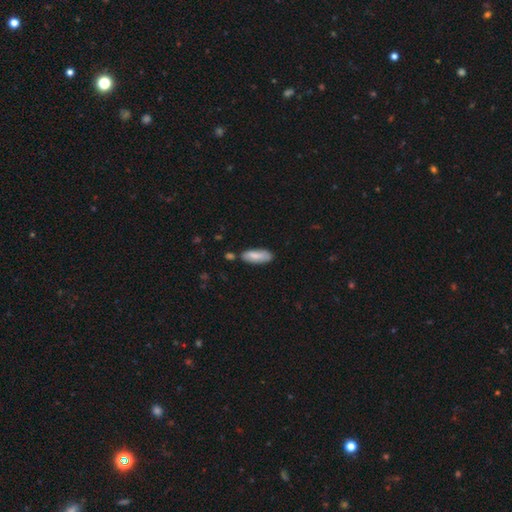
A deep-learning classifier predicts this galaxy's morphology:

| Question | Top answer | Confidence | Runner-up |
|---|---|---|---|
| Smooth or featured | smooth | 79% | featured or disk (15%) |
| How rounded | in between | 72% | cigar-shaped (26%) |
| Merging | none | 69% | minor disturbance (20%) |